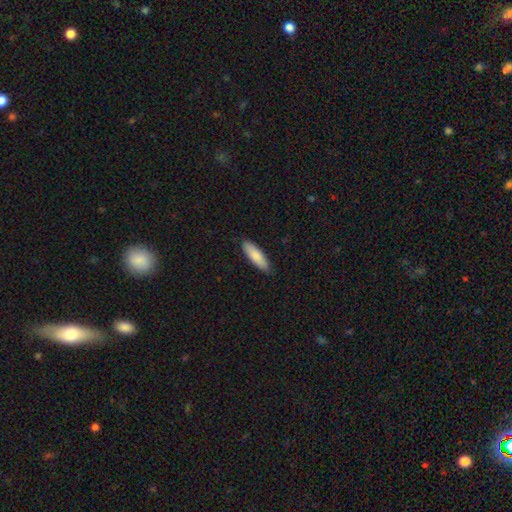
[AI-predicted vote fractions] Smooth or featured?
  - smooth: 85% *
  - featured or disk: 10%
  - star or artifact: 5%
How rounded?
  - cigar-shaped: 60% *
  - in between: 38%
  - round: 1%
Merging?
  - none: 88% *
  - minor disturbance: 10%
  - major disturbance: 2%
  - merger: 1%